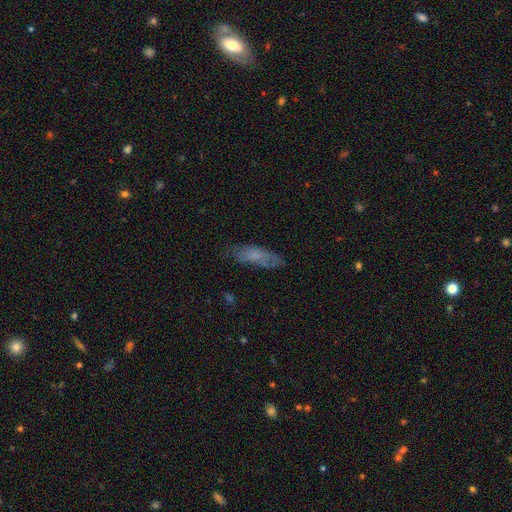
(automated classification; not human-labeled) A smooth galaxy with no disk features (65%) that is in between round and cigar-shaped (51%). Merging: none (63%).